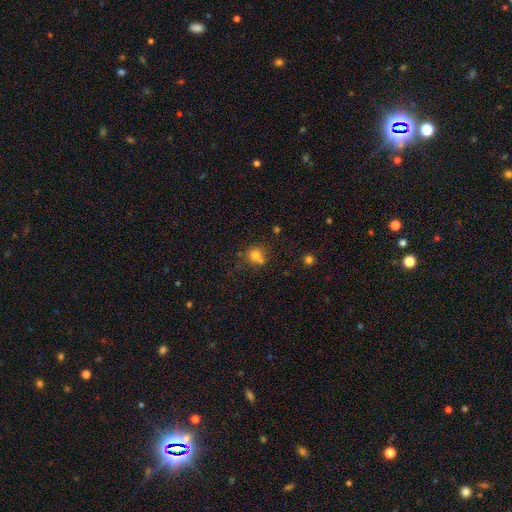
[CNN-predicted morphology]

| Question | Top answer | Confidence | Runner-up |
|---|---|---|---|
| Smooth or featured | smooth | 71% | star or artifact (15%) |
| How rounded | round | 74% | in between (24%) |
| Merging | none | 48% | merger (28%) |